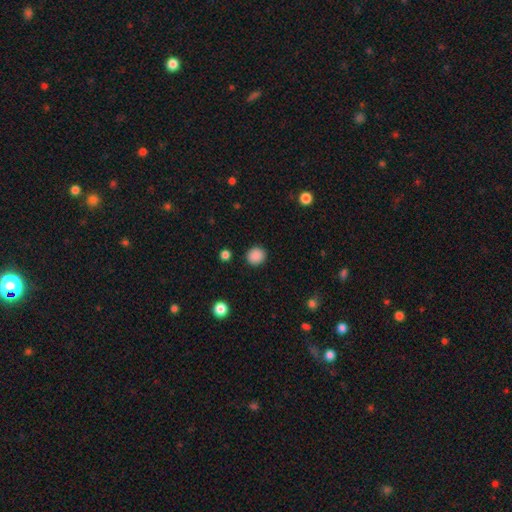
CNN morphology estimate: Overall: smooth (88%). How rounded: round (87%). Merging: none (90%).